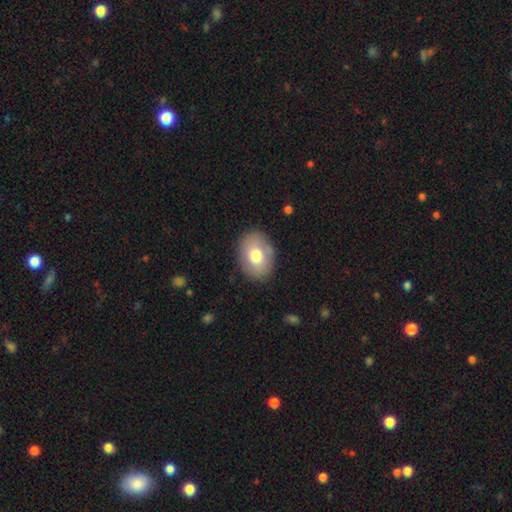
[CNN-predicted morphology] smooth-or-featured: smooth: 73% | featured or disk: 20% | star or artifact: 7%
  how-rounded: in between: 70% | round: 29% | cigar-shaped: 1%
  merging: none: 84% | minor disturbance: 11% | major disturbance: 3% | merger: 1%